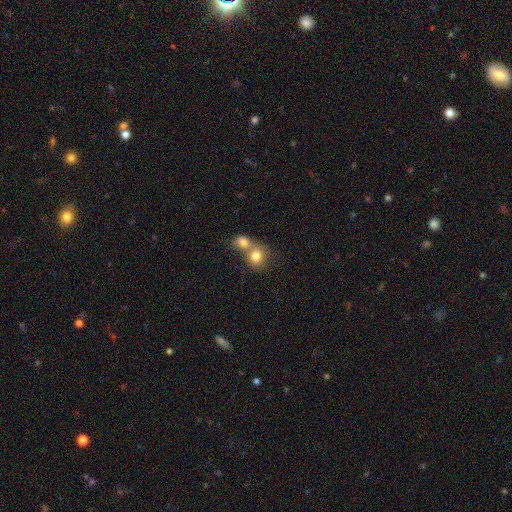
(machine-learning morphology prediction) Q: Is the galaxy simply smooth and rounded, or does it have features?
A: smooth — 79%.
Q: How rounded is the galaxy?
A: round — 76%.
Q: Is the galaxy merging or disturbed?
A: merger — 62%.